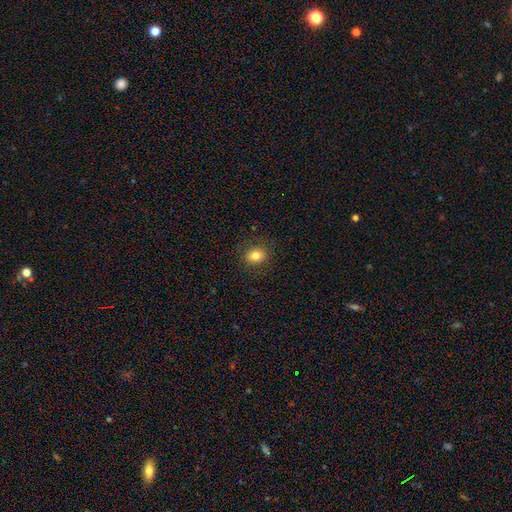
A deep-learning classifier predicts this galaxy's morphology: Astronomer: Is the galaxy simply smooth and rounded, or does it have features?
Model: smooth — 80%.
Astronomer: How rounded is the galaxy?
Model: round — 64%.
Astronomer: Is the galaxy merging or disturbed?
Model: none — 87%.